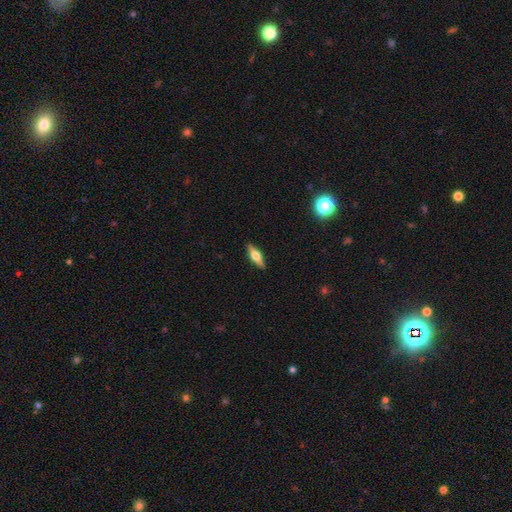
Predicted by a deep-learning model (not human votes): Smooth or featured? featured or disk (52%)
Edge-on disk? yes (93%)
Merging? none (90%)